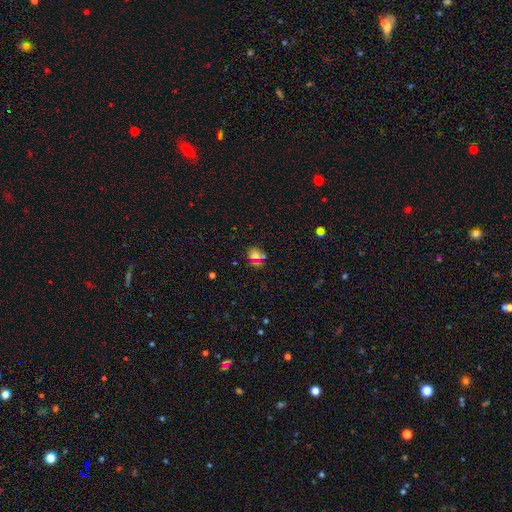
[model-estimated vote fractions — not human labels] This appears to be a smooth galaxy with no disk features (61%) that is round (77%). Merging: none (76%).